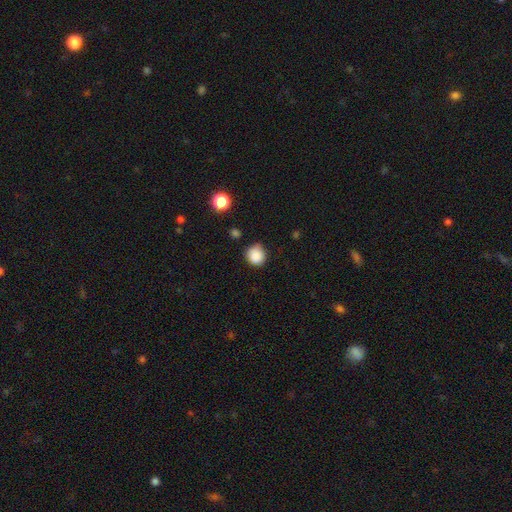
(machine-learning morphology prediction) Smooth or featured? smooth (87%)
How rounded? round (89%)
Merging? none (78%)